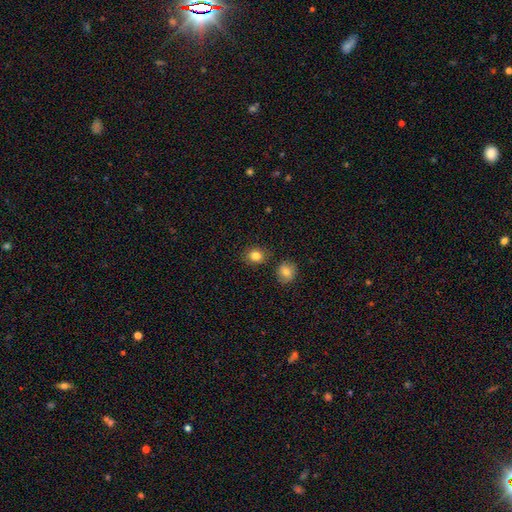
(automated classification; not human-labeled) Smooth or featured? smooth (83%)
How rounded? round (63%)
Merging? none (81%)